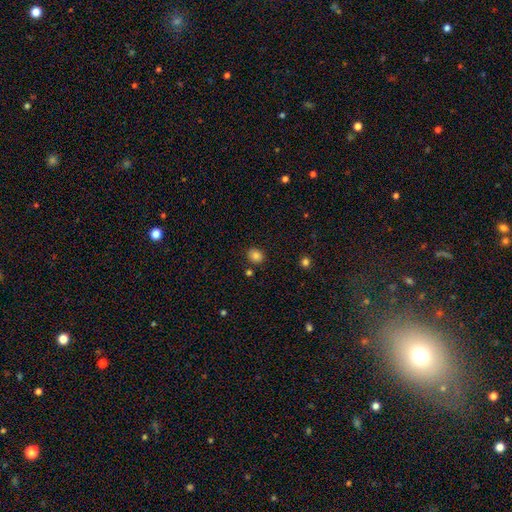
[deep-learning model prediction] Smooth or featured?
  - smooth: 83% *
  - star or artifact: 12%
  - featured or disk: 6%
How rounded?
  - round: 67% *
  - in between: 32%
  - cigar-shaped: 1%
Merging?
  - none: 83% *
  - minor disturbance: 10%
  - merger: 4%
  - major disturbance: 3%